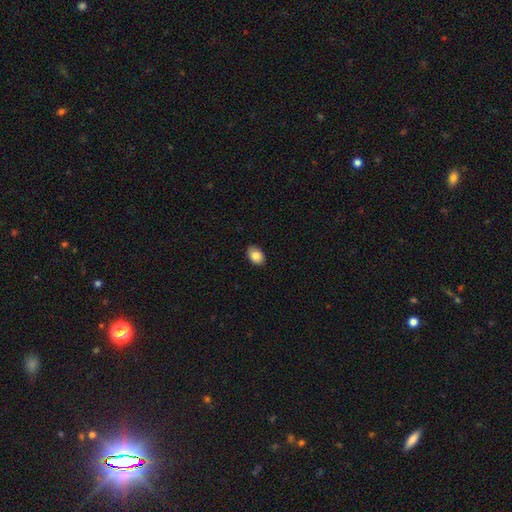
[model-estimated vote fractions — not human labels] Overall: smooth (85%). How rounded: in between (85%). Merging: none (89%).